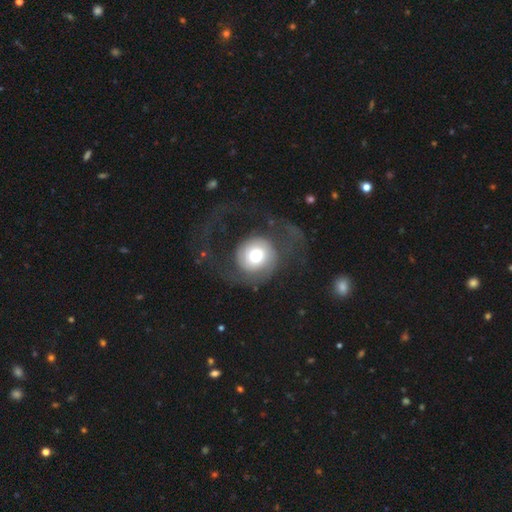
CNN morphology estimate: Smooth or featured: featured or disk — 47% (smooth — 44%)
Merging: none — 43% (tied with major disturbance — 43%)